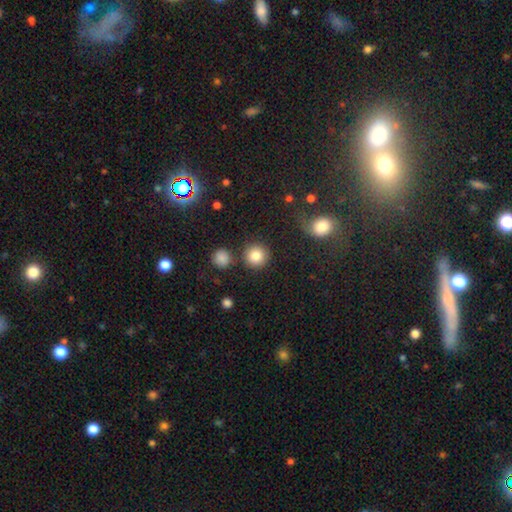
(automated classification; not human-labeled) Q: Smooth or featured?
A: smooth (84%); runner-up: star or artifact (10%)
Q: How rounded?
A: round (94%); runner-up: in between (5%)
Q: Merging?
A: none (84%); runner-up: minor disturbance (7%)